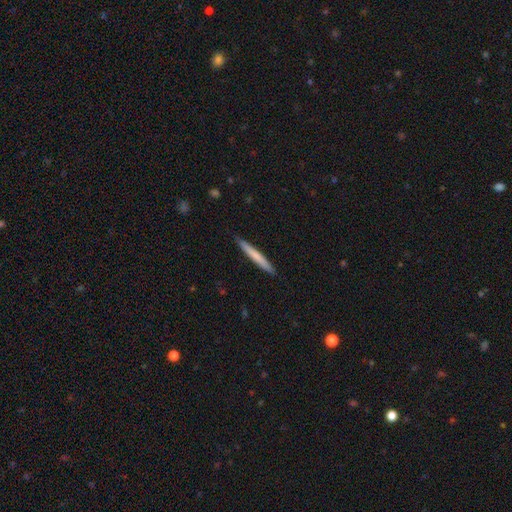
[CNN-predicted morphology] Smooth or featured: smooth — 69% (featured or disk — 26%)
How rounded: cigar-shaped — 96% (in between — 3%)
Merging: none — 89% (minor disturbance — 8%)